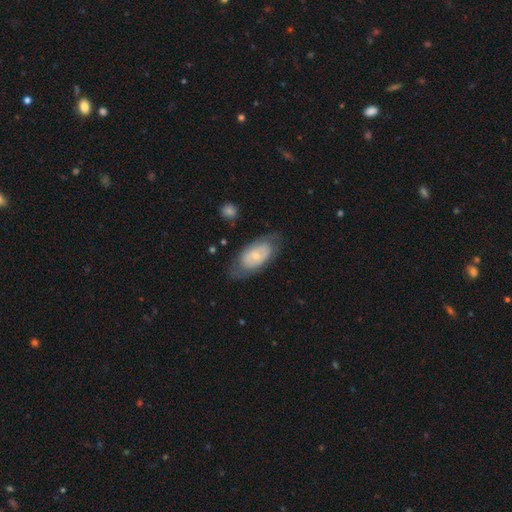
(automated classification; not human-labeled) Smooth or featured? featured or disk (53%)
Edge-on disk? no (90%)
Merging? none (66%)